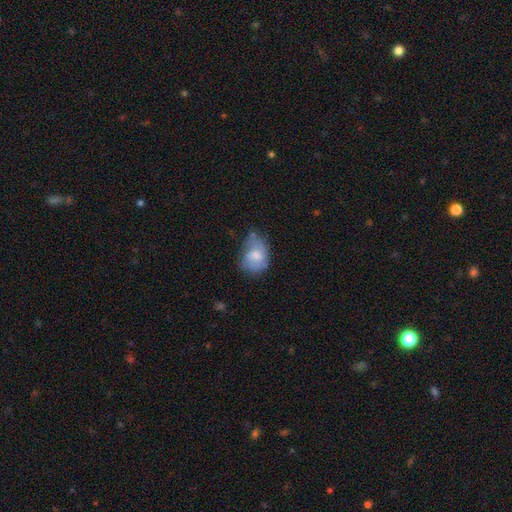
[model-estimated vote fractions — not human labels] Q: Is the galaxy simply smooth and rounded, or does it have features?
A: smooth — 51%.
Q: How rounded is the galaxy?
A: in between — 68%.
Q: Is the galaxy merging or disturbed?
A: none — 42%.